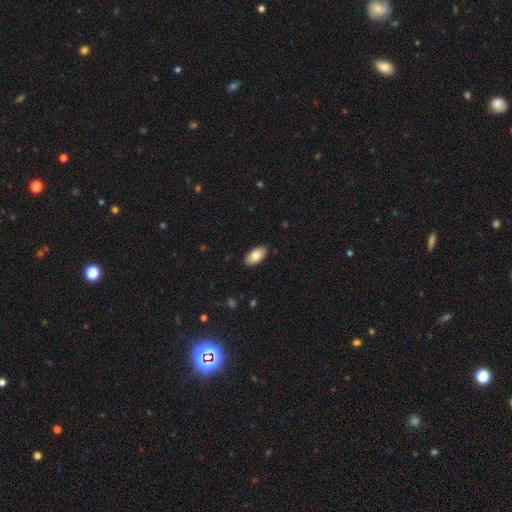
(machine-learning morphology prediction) Smooth or featured? Predicted: smooth (p=0.83). How rounded? Predicted: in between (p=0.95). Merging? Predicted: none (p=0.89).